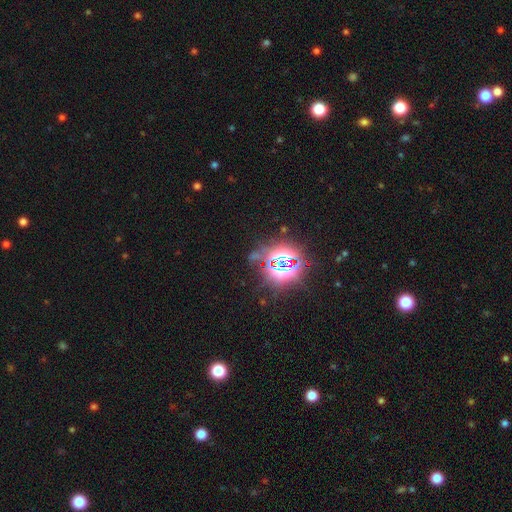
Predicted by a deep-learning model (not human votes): Morphology: type=star or artifact (80%).